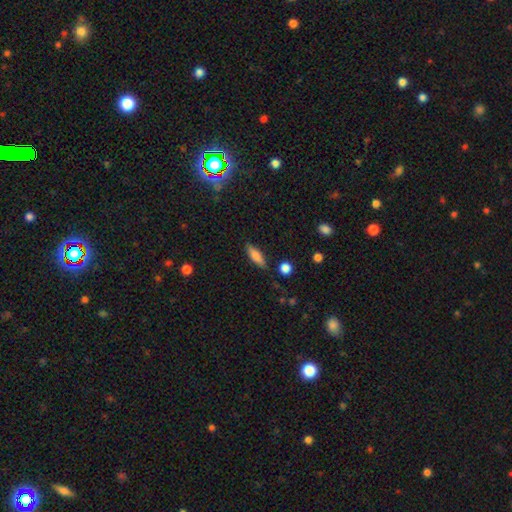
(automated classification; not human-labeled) A smooth galaxy with no disk features (74%) that is cigar-shaped (54%). Merging: none (84%).